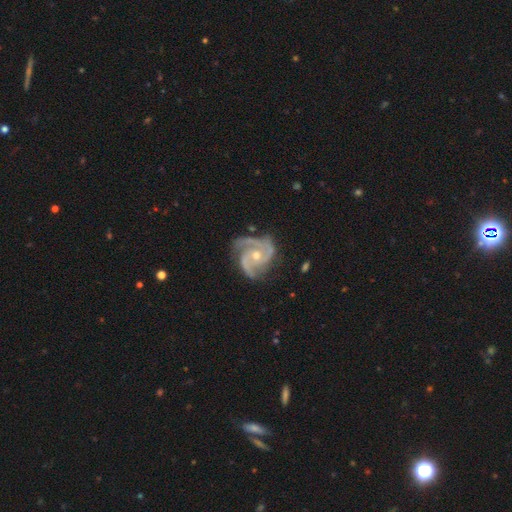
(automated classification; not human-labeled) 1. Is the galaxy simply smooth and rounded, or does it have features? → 93% featured or disk, 4% star or artifact, 3% smooth.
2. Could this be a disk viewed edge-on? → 98% no, 2% yes.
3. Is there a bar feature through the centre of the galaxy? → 70% no, 23% weak, 7% strong.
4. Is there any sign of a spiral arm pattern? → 98% yes, 2% no.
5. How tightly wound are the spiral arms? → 49% medium, 43% tight, 8% loose.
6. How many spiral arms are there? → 54% 3, 30% 2, 5% can't tell, 4% 4, 3% 1, 3% more than 4.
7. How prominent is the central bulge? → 57% moderate, 40% small, 1% large, 1% none, 1% dominant.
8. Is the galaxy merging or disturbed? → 68% none, 22% minor disturbance, 8% major disturbance, 2% merger.